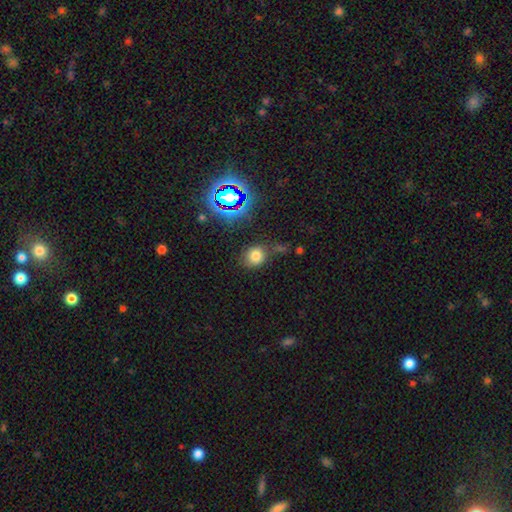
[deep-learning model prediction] smooth 73%, star or artifact 19%, featured or disk 8%. Down the decision tree: how rounded — round (69%); merging — none (69%).